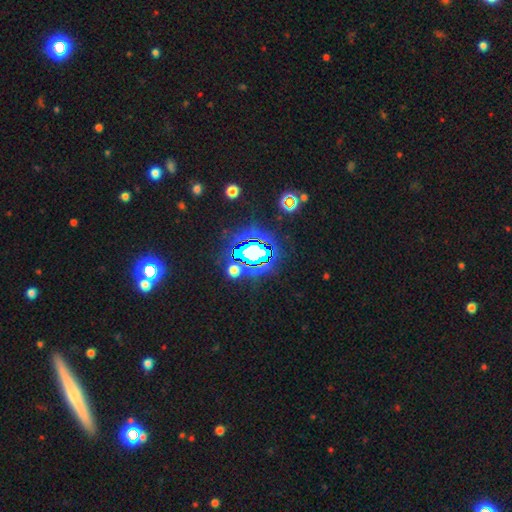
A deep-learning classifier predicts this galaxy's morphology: This appears to be a star or artifact, not a galaxy (71%).